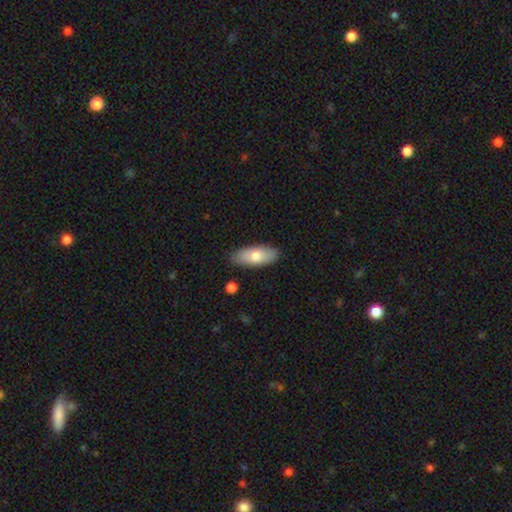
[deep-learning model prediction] Overall: smooth (72%). How rounded: in between (82%). Merging: none (86%).